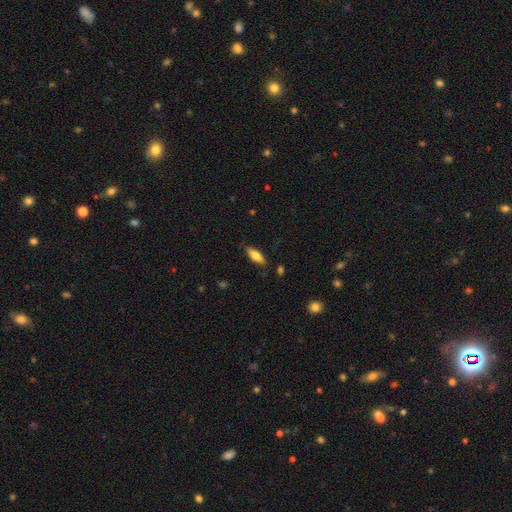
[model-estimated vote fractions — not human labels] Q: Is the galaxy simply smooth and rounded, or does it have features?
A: smooth — 69%.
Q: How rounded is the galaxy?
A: in between — 63%.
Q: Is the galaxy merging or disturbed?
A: none — 82%.